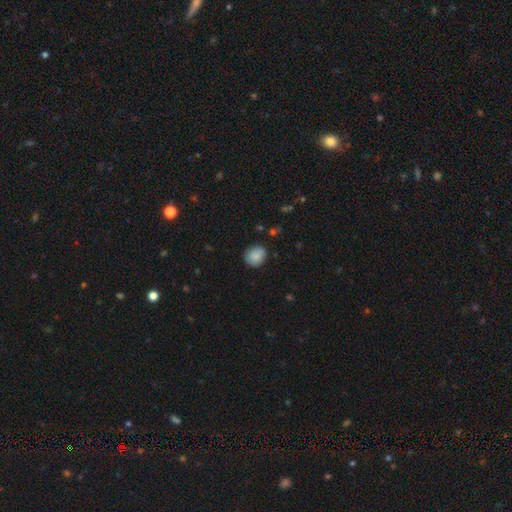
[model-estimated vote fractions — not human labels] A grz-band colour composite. It shows a smooth galaxy with no disk features (85%) that is round (72%). Merging: none (82%).